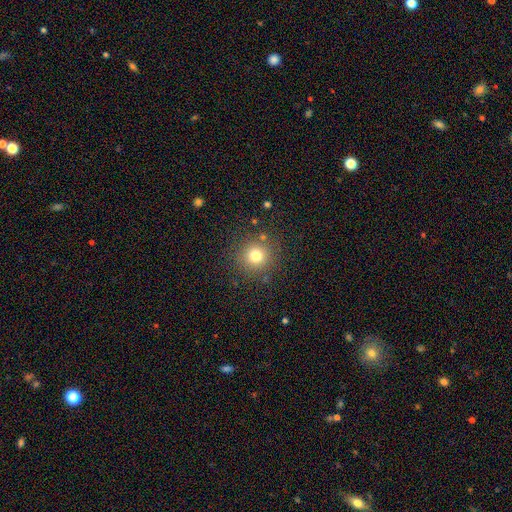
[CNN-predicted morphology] This appears to be a smooth galaxy with no disk features (76%) that is round (94%). Merging: none (86%).